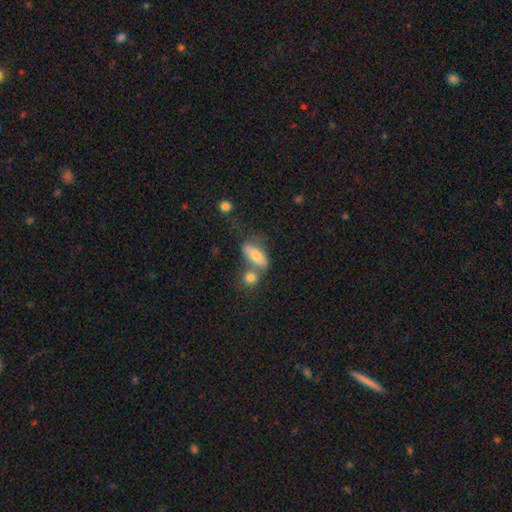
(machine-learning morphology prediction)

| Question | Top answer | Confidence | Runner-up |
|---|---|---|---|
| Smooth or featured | smooth | 68% | featured or disk (24%) |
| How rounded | in between | 79% | cigar-shaped (16%) |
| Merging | merger | 40% | none (36%) |